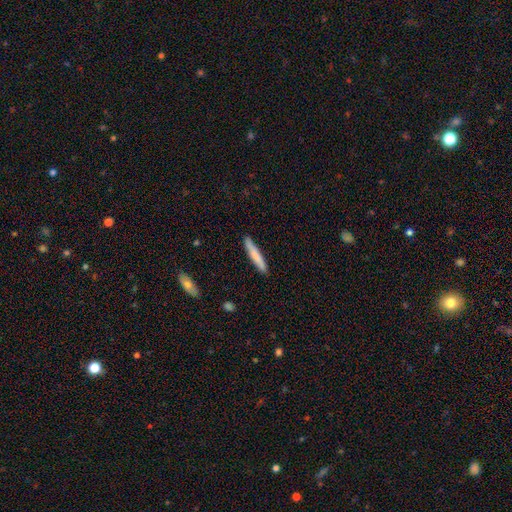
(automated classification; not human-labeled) This is likely a smooth galaxy (76%). How rounded: clearly cigar-shaped (94%). Merging: clearly none (89%).